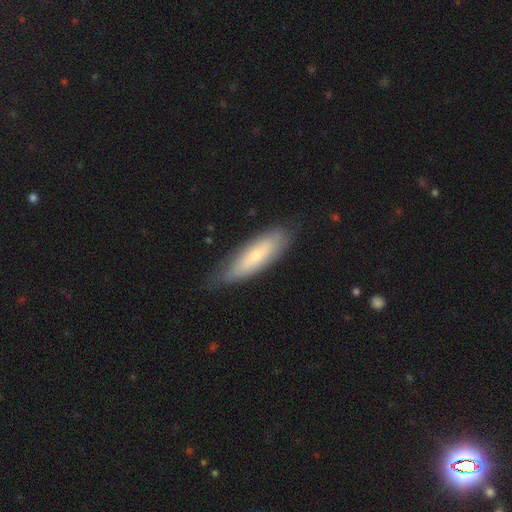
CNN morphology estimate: smooth-or-featured: smooth: 64% | featured or disk: 30% | star or artifact: 6%
  how-rounded: cigar-shaped: 52% | in between: 46% | round: 2%
  merging: none: 73% | minor disturbance: 21% | major disturbance: 5% | merger: 1%